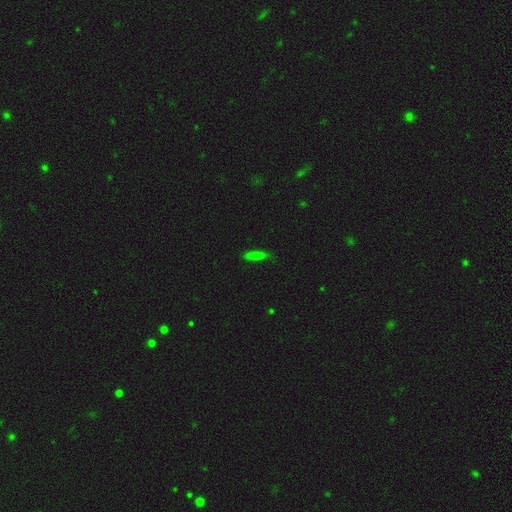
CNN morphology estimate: smooth 78%, star or artifact 11%, featured or disk 11%. Down the decision tree: how rounded — cigar-shaped (82%); merging — none (79%).